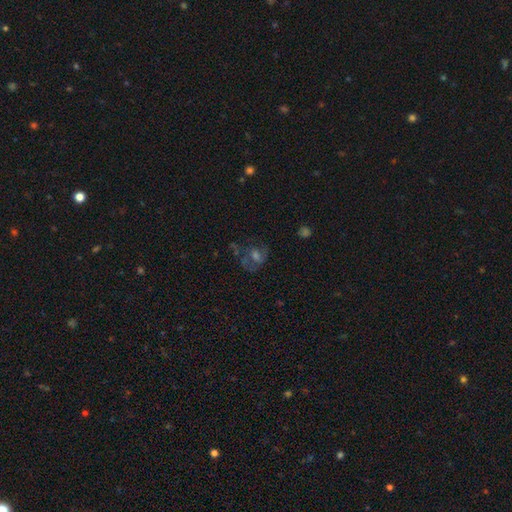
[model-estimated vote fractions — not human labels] The model was most divided on "smooth or featured": featured or disk: 50%, smooth: 25%, star or artifact: 25%. More confident: merging — none (52%).